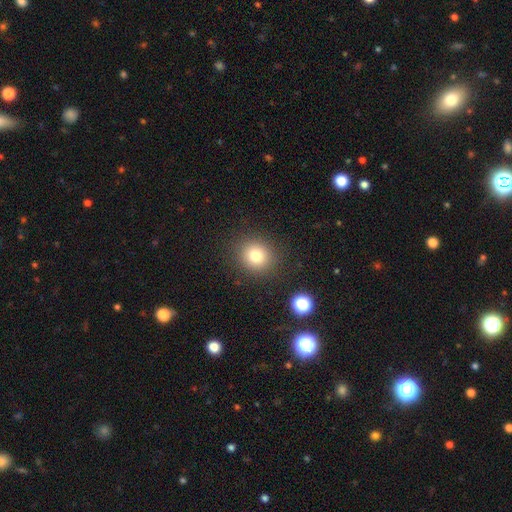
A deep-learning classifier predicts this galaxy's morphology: Smooth or featured: smooth — 79% (star or artifact — 13%)
How rounded: round — 85% (in between — 14%)
Merging: none — 88% (minor disturbance — 7%)